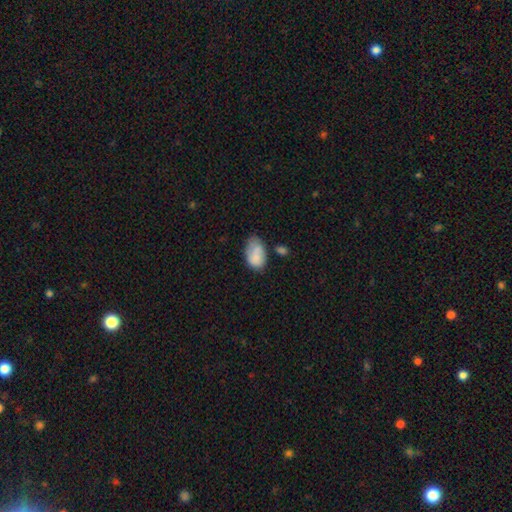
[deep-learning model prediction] Overall: smooth (81%). How rounded: in between (90%). Merging: none (45%; minor disturbance 33%).